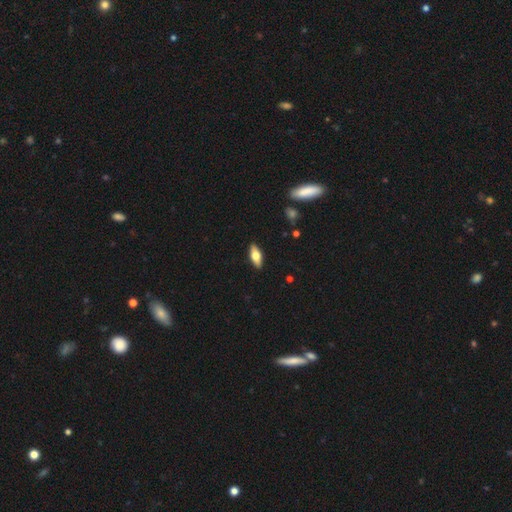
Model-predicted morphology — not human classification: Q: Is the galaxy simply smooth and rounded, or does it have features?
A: smooth — 58%.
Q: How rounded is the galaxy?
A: in between — 73%.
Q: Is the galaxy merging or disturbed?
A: none — 90%.